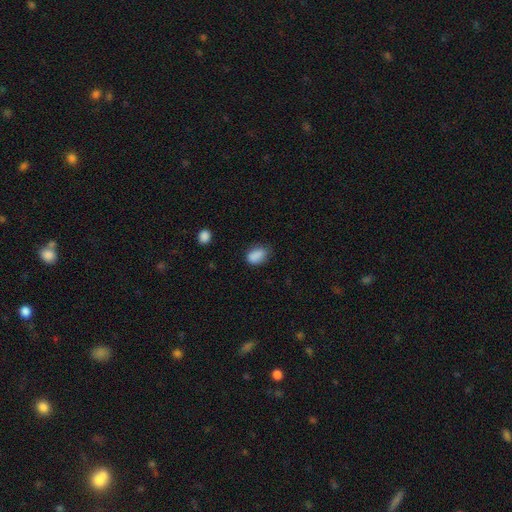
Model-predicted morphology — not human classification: Overall: smooth (87%). How rounded: in between (81%). Merging: none (66%; minor disturbance 27%).